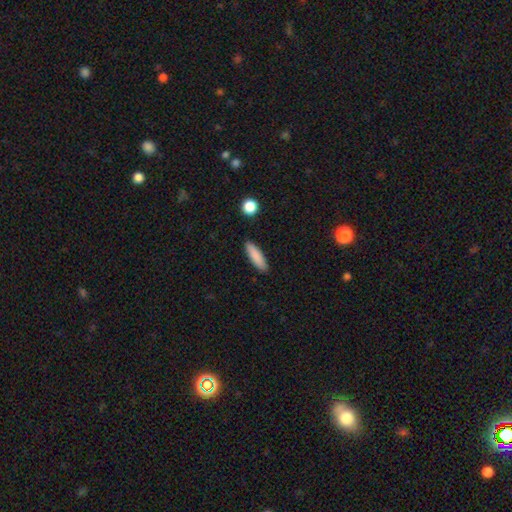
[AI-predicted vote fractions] smooth 86%, featured or disk 7%, star or artifact 7%. Down the decision tree: how rounded — cigar-shaped (63%); merging — none (89%).